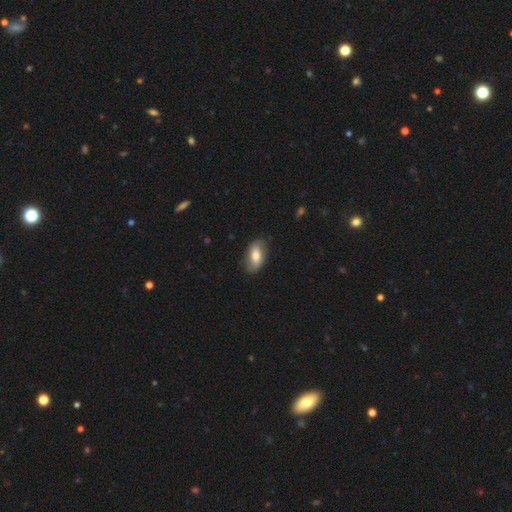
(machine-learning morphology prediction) A smooth galaxy with no disk features (65%) that is in between round and cigar-shaped (90%). Merging: none (79%).